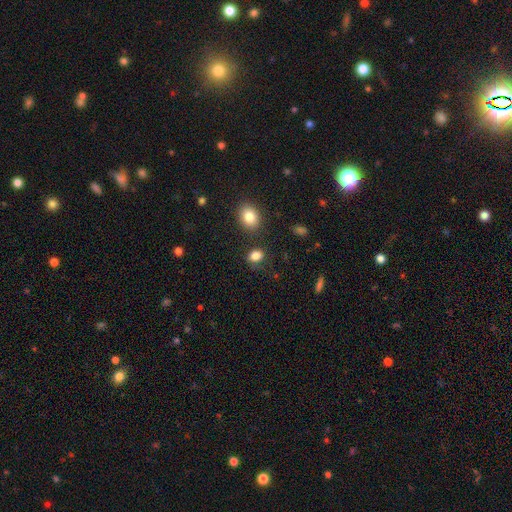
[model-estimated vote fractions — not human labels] A smooth galaxy with no disk features (84%) that is in between round and cigar-shaped (66%).

Vote fractions:
- Smooth or featured? smooth: 84% / star or artifact: 11% / featured or disk: 6%
- How rounded? in between: 66% / round: 33% / cigar-shaped: 1%
- Merging? none: 76% / minor disturbance: 14% / merger: 5% / major disturbance: 5%